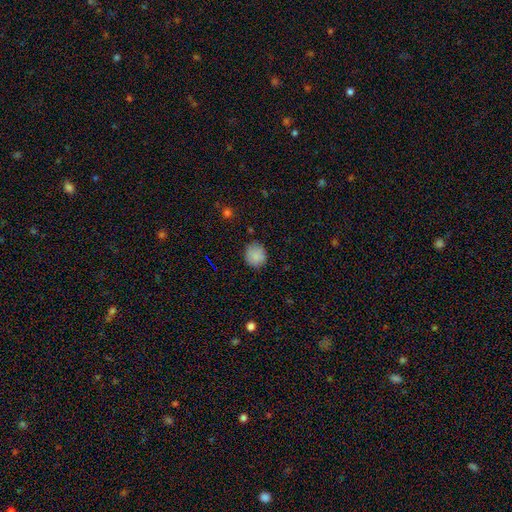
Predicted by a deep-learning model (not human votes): A smooth galaxy with no disk features (86%) that is round (84%). Merging: none (83%).